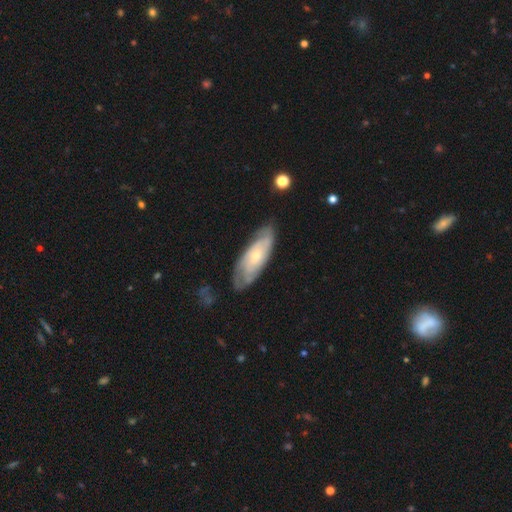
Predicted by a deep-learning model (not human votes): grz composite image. It shows a featured or disk galaxy (65%) with no bar (77%), spiral arms (82%) and a small central bulge (65%). Merging: none (70%).